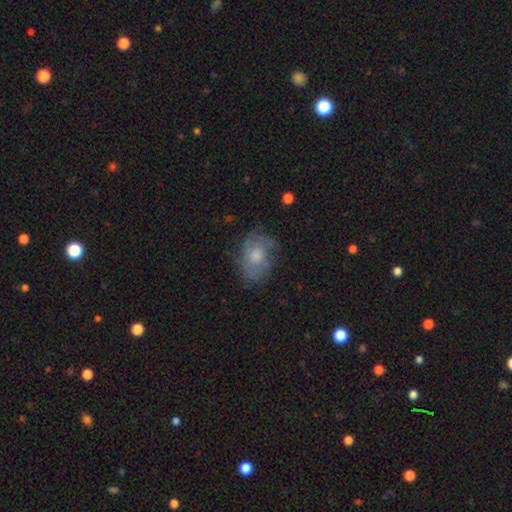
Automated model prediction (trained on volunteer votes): smooth-or-featured: smooth: 50% | featured or disk: 41% | star or artifact: 9%
  how-rounded: in between: 73% | round: 25% | cigar-shaped: 1%
  merging: none: 60% | minor disturbance: 25% | major disturbance: 13% | merger: 2%